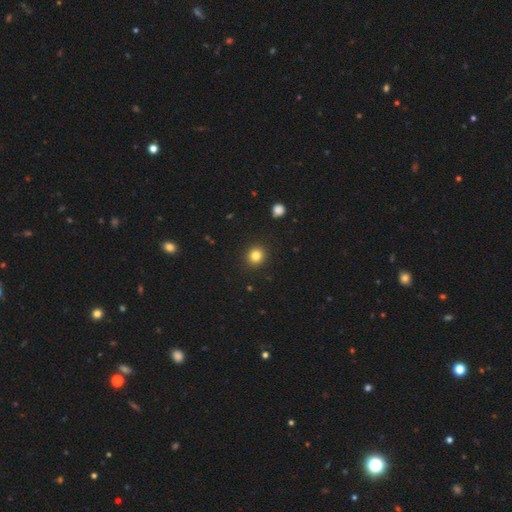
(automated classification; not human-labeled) Overall: smooth (82%). How rounded: round (89%). Merging: none (92%).